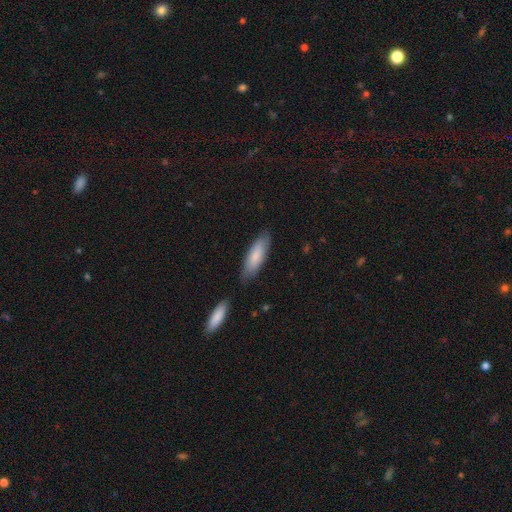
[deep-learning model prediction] Smooth or featured?
  - smooth: 79% *
  - featured or disk: 15%
  - star or artifact: 5%
How rounded?
  - in between: 57% *
  - cigar-shaped: 41%
  - round: 2%
Merging?
  - none: 77% *
  - minor disturbance: 17%
  - merger: 3%
  - major disturbance: 3%